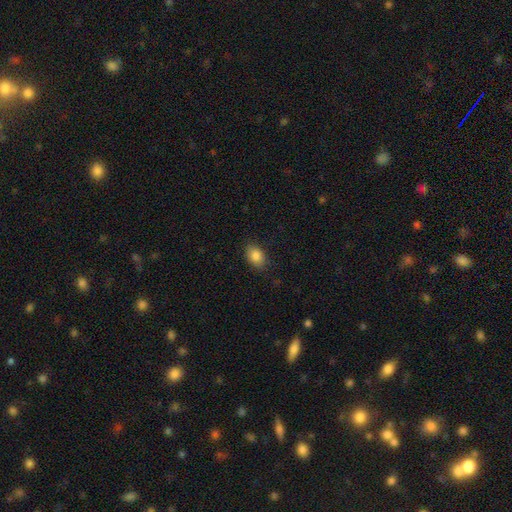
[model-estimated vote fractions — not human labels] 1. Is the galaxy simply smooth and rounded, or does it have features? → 86% smooth, 8% star or artifact, 6% featured or disk.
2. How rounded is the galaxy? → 82% in between, 17% round, 1% cigar-shaped.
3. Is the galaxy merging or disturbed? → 85% none, 11% minor disturbance, 3% major disturbance, 1% merger.